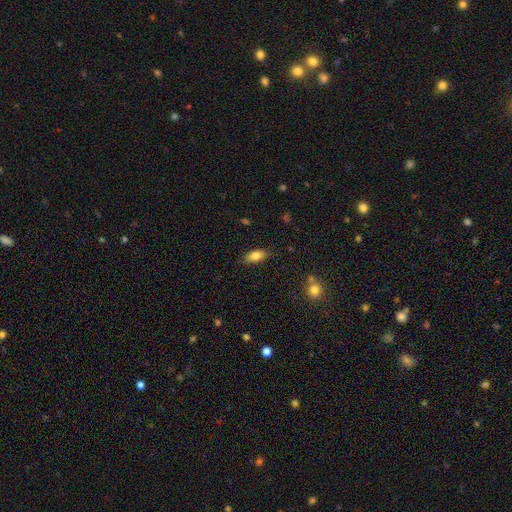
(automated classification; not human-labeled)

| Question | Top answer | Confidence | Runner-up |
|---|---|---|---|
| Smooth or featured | smooth | 82% | featured or disk (10%) |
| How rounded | in between | 88% | cigar-shaped (8%) |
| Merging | none | 84% | minor disturbance (12%) |